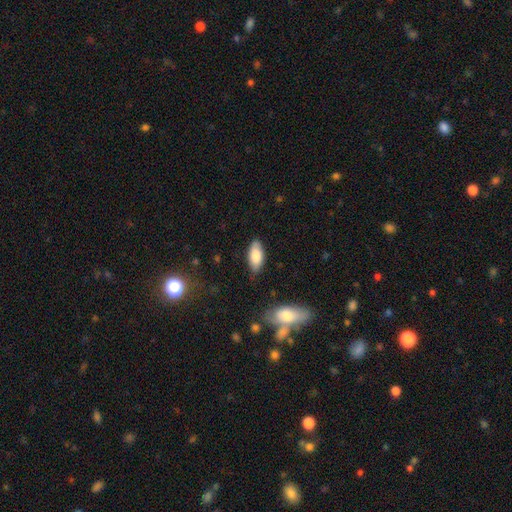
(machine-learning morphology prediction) A smooth galaxy with no disk features (81%) that is in between round and cigar-shaped (89%). Merging: none (78%).